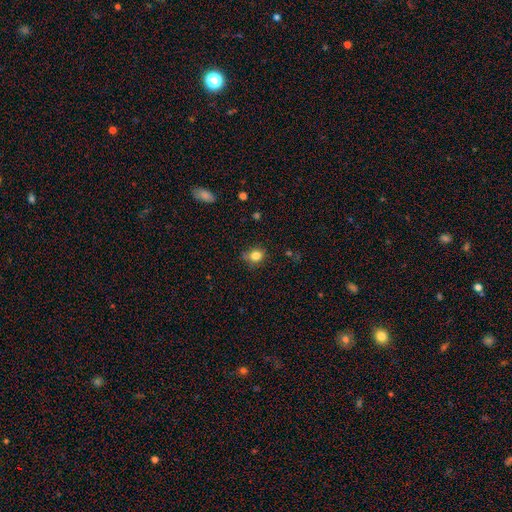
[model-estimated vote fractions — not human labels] Morphology: type=smooth (82%); roundness=round (67%); merging=none (71%).